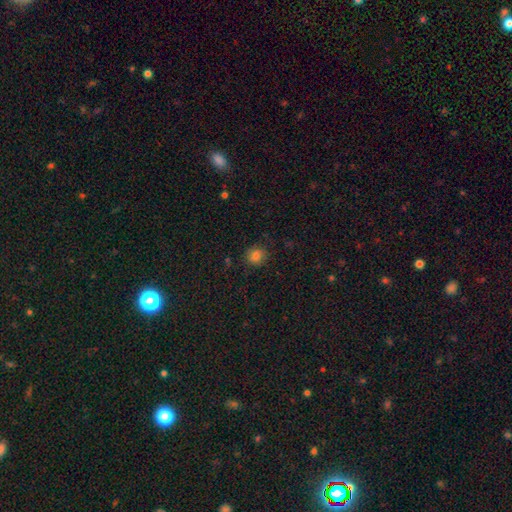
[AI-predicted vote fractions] A smooth galaxy with no disk features (80%) that is round (82%).

Vote fractions:
- Smooth or featured? smooth: 80% / star or artifact: 13% / featured or disk: 7%
- How rounded? round: 82% / in between: 17% / cigar-shaped: 1%
- Merging? none: 82% / minor disturbance: 13% / major disturbance: 4% / merger: 1%